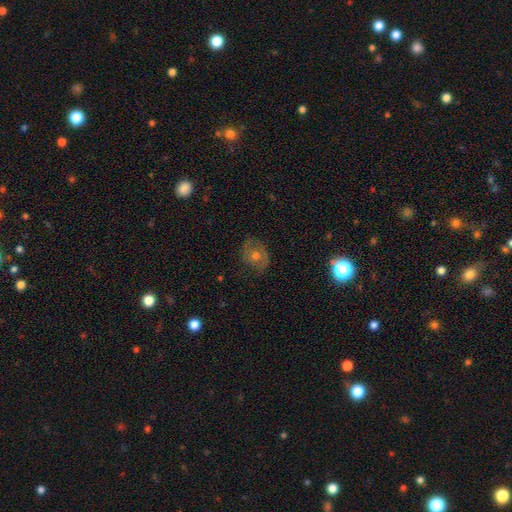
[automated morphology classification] Smooth or featured? featured or disk (54%)
Edge-on disk? no (96%)
Bar? no (81%)
Spiral arms? yes (60%)
Bulge size? moderate (66%)
Merging? none (78%)